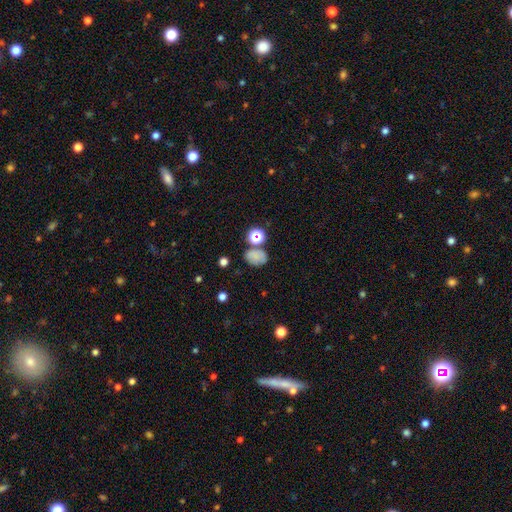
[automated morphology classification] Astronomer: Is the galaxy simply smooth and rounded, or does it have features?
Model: smooth — 69%.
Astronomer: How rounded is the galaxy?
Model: in between — 69%.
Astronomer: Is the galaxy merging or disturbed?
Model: none — 59%.